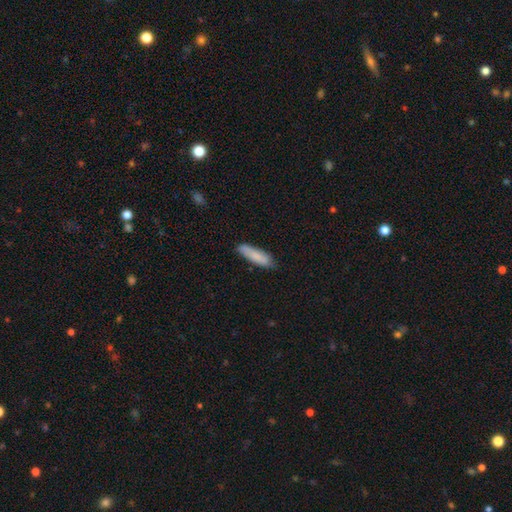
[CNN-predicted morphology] type=smooth (83%); roundness=cigar-shaped (65%); merging=none (81%).